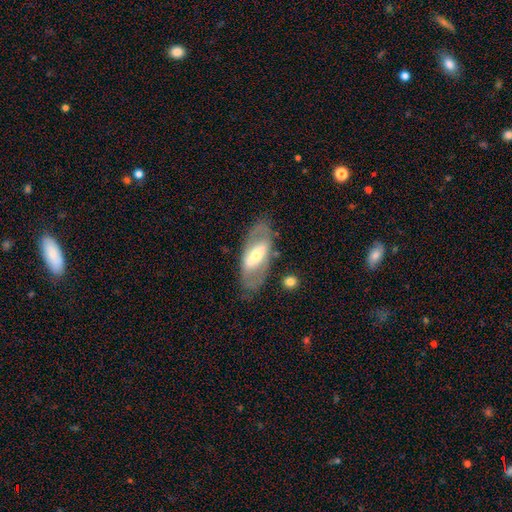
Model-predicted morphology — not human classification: This appears to be a featured or disk galaxy (66%) with a strong bar (52%), no spiral arms (56%) and a moderate central bulge (55%). Merging: none (74%).